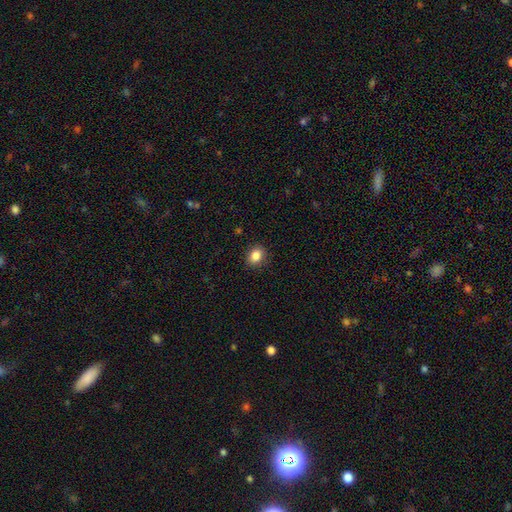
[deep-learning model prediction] Overall: smooth (85%). How rounded: in between (55%; round 44%). Merging: none (89%).